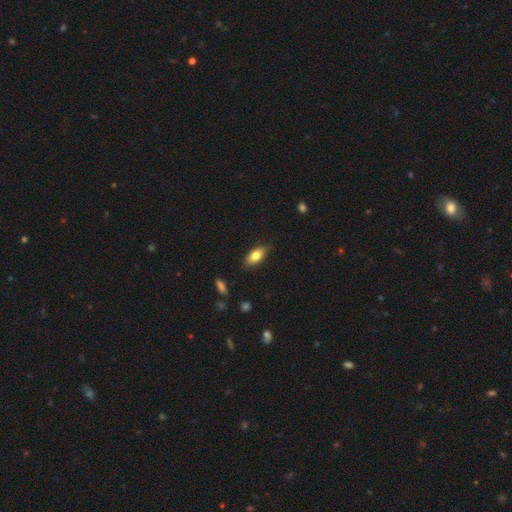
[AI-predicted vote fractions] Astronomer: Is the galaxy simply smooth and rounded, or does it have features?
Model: smooth — 80%.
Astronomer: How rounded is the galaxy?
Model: in between — 87%.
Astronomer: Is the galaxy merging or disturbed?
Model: none — 84%.